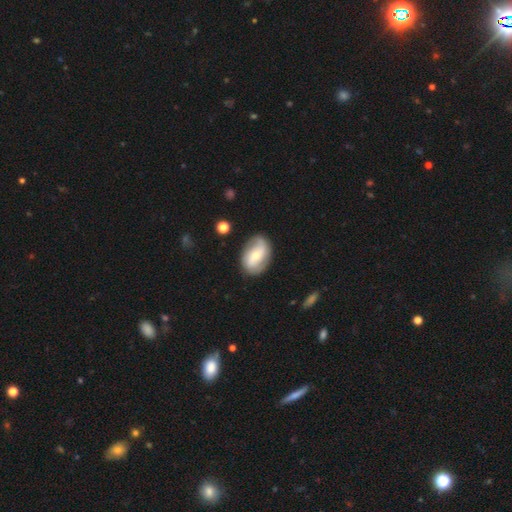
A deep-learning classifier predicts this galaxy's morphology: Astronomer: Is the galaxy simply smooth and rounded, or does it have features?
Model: featured or disk — 59% (runner-up: smooth, 35%).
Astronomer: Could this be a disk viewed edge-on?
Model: no — 95%.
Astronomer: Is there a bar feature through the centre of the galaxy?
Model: no — 40% (runner-up: weak, 36%).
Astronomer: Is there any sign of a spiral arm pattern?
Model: yes — 78%.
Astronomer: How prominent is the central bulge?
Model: small — 51% (runner-up: moderate, 43%).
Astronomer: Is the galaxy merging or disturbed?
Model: none — 78%.